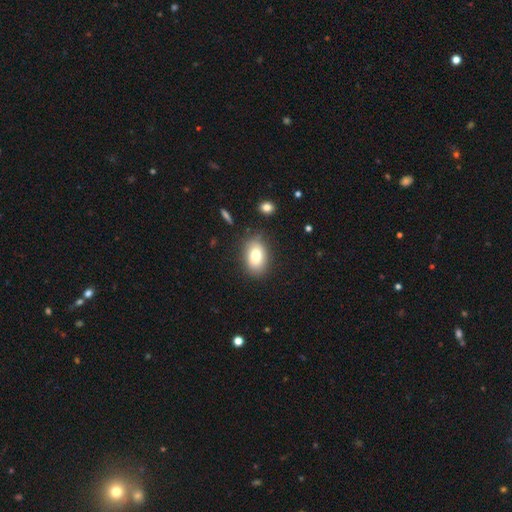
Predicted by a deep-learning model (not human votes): Smooth or featured? Predicted: smooth (p=0.78). How rounded? Predicted: in between (p=0.85). Merging? Predicted: none (p=0.82).